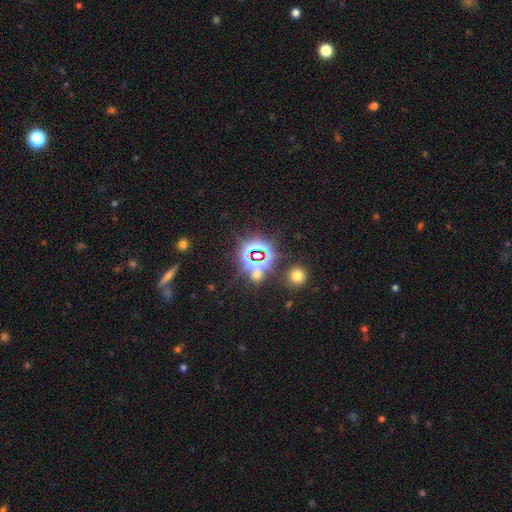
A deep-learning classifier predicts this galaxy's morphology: Smooth or featured: star or artifact — 77% (smooth — 15%)